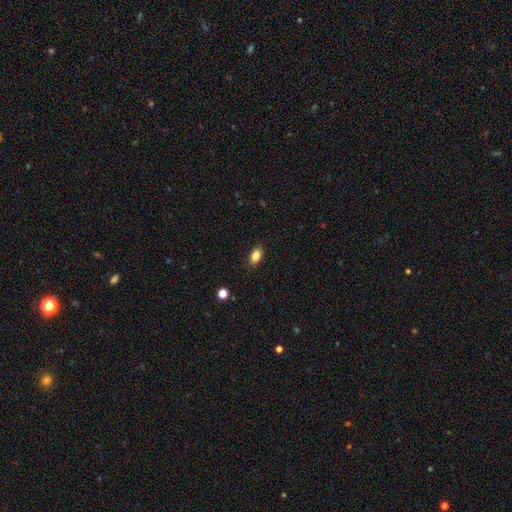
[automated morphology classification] Smooth or featured? Predicted: smooth (p=0.85). How rounded? Predicted: in between (p=0.89). Merging? Predicted: none (p=0.87).